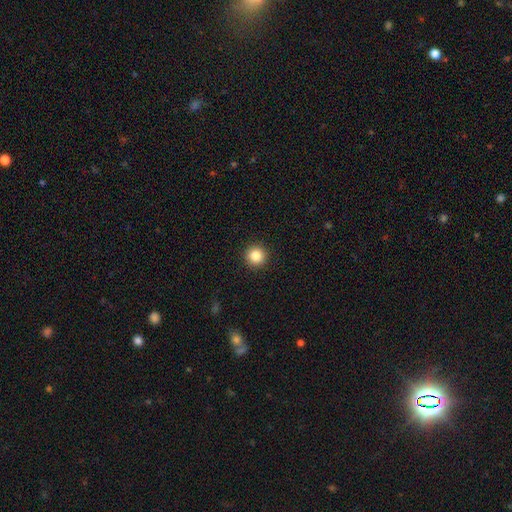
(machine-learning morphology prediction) Smooth or featured? Predicted: smooth (p=0.85). How rounded? Predicted: round (p=0.96). Merging? Predicted: none (p=0.93).